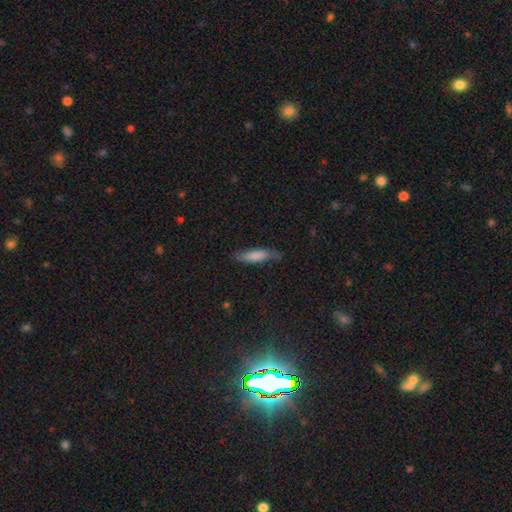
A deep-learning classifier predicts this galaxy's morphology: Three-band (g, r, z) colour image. It shows a smooth galaxy with no disk features (80%) that is cigar-shaped (62%). Merging: none (71%).